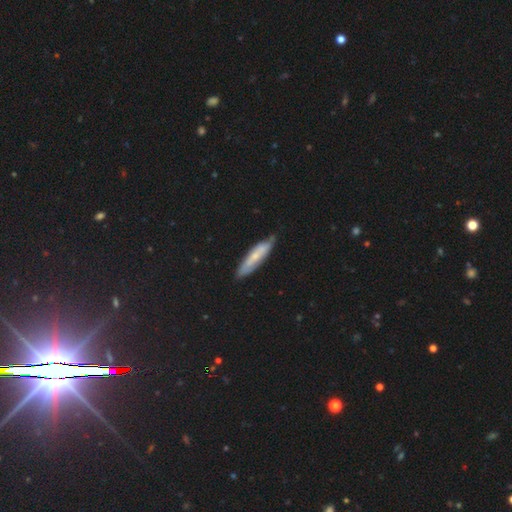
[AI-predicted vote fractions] A smooth galaxy with no disk features (52%) that is cigar-shaped (77%). Merging: none (76%).